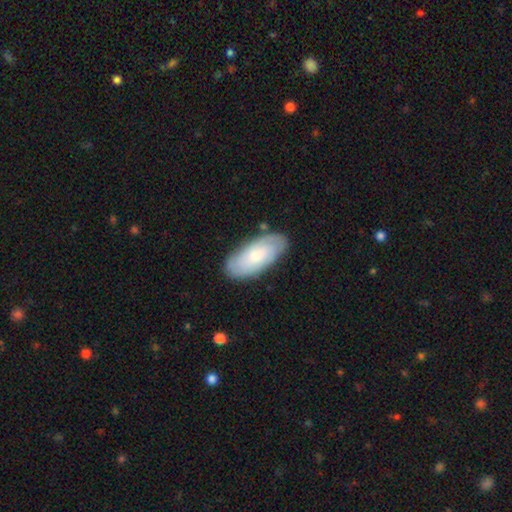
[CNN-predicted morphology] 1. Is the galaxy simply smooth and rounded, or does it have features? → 59% smooth, 35% featured or disk, 6% star or artifact.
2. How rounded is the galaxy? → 90% in between, 9% cigar-shaped, 2% round.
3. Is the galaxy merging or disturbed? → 82% none, 14% minor disturbance, 3% major disturbance, 2% merger.